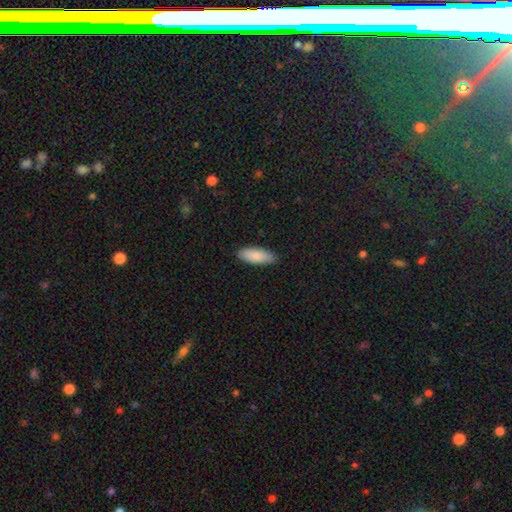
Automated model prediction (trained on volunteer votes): smooth-or-featured: smooth: 87% | featured or disk: 7% | star or artifact: 5%
  how-rounded: in between: 74% | cigar-shaped: 24% | round: 2%
  merging: none: 87% | minor disturbance: 11% | major disturbance: 2% | merger: 1%